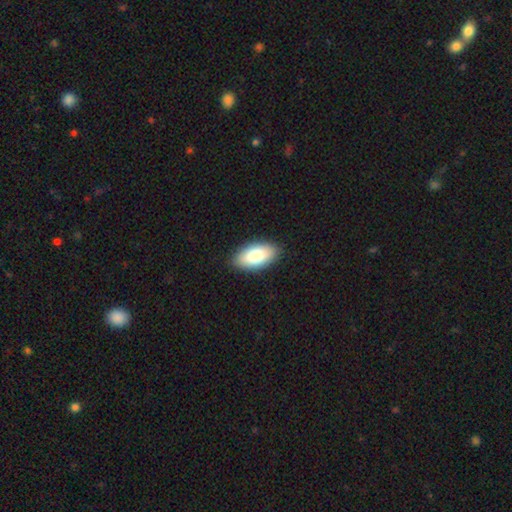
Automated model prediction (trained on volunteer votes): This appears to be a smooth galaxy with no disk features (80%) that is in between round and cigar-shaped (94%). Merging: none (89%).